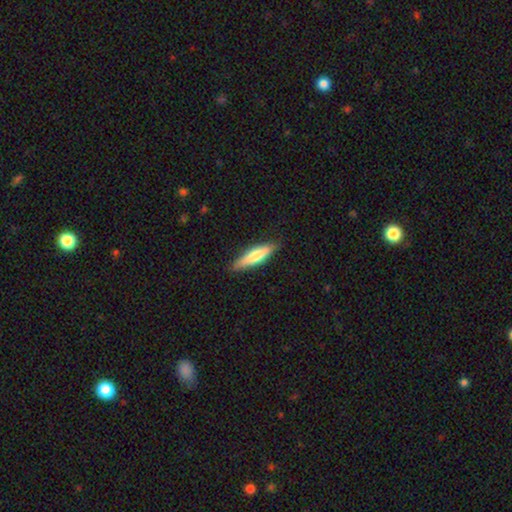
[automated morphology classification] This appears to be a smooth galaxy with no disk features (66%) that is cigar-shaped (77%). Merging: none (86%).